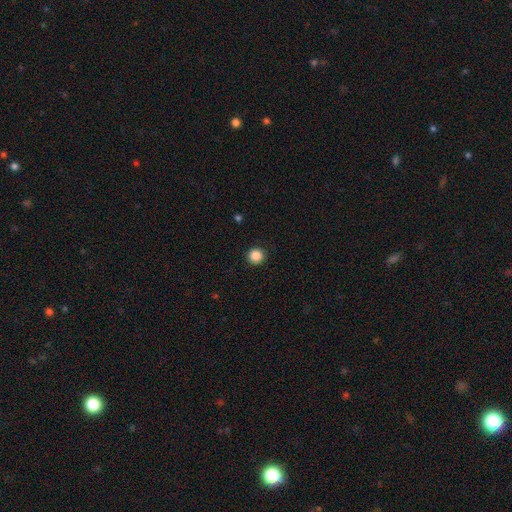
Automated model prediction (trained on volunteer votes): Overall: smooth (87%). How rounded: round (95%). Merging: none (92%).